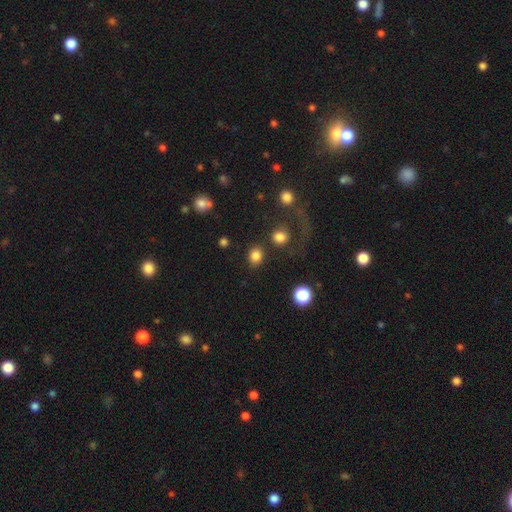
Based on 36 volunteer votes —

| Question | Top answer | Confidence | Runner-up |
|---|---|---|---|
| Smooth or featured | smooth | 92% | star or artifact (6%) |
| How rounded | round | 76% | in between (24%) |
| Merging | none | 71% | merger (15%) |